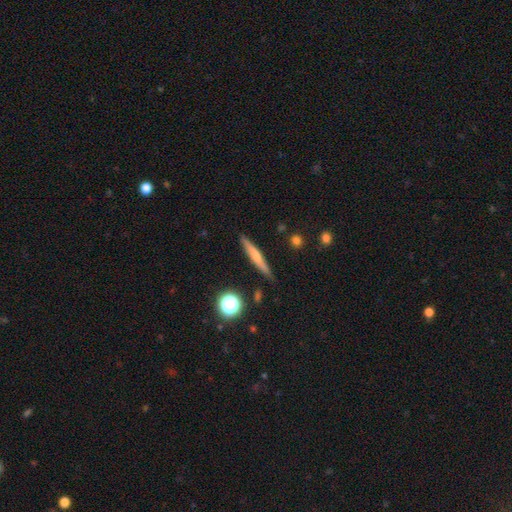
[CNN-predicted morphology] Smooth or featured?
  - smooth: 51% *
  - featured or disk: 41%
  - star or artifact: 8%
How rounded?
  - cigar-shaped: 91% *
  - in between: 6%
  - round: 3%
Merging?
  - none: 85% *
  - minor disturbance: 11%
  - major disturbance: 2%
  - merger: 2%